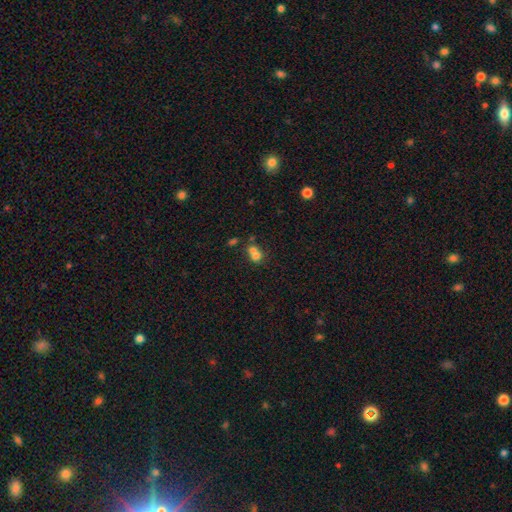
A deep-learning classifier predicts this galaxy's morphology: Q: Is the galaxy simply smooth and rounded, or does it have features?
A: smooth — 67%.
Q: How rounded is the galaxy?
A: round — 69%.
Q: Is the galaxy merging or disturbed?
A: merger — 66%.